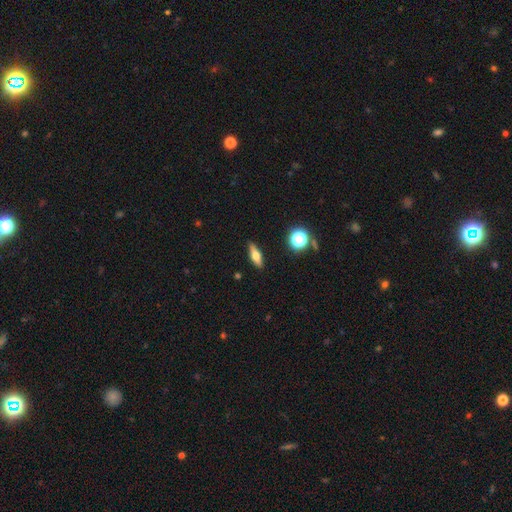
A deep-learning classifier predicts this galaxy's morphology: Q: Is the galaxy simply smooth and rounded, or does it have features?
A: smooth — 50%.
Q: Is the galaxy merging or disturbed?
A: none — 88%.